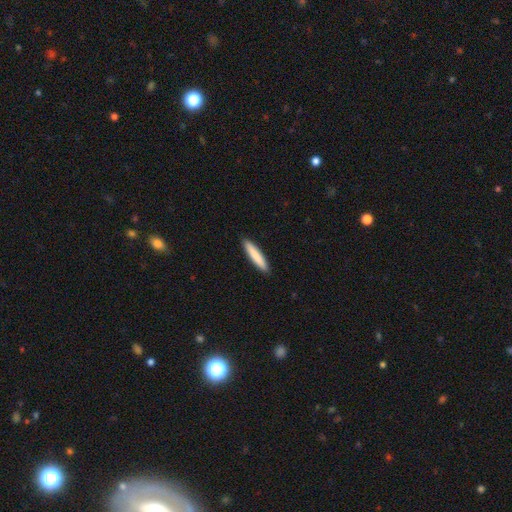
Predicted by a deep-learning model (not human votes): smooth 84%, featured or disk 10%, star or artifact 5%. Down the decision tree: how rounded — cigar-shaped (90%); merging — none (92%).